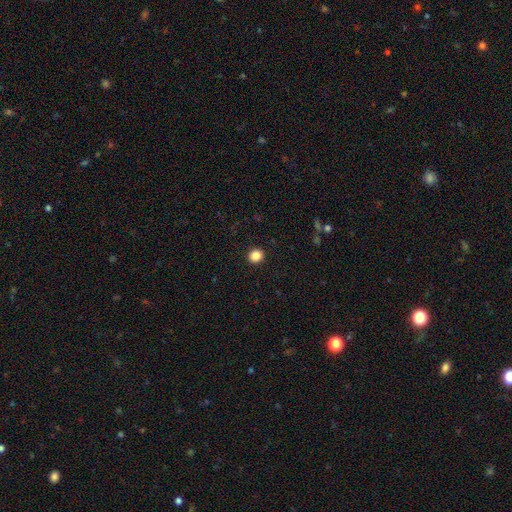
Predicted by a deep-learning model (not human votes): The model was most divided on "how rounded": round: 87%, in between: 12%, cigar-shaped: 1%. More confident: merging — none (93%); smooth or featured — smooth (86%).